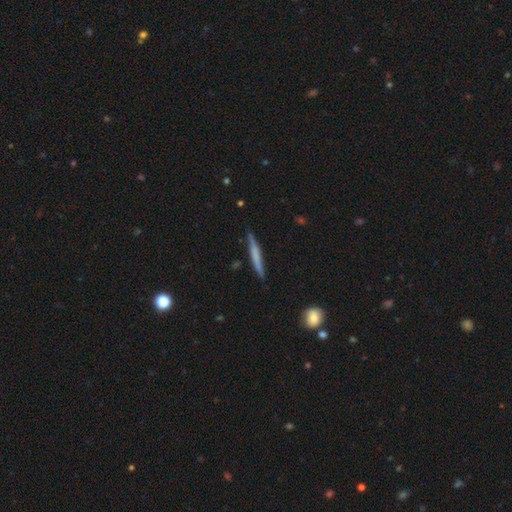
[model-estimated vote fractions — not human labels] This appears to be a smooth galaxy with no disk features (49%). Merging: none (85%).